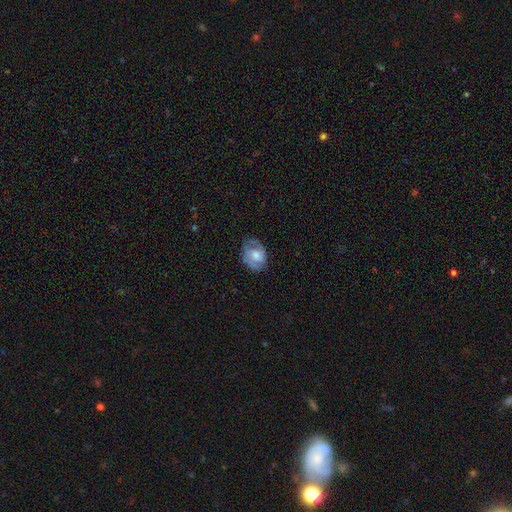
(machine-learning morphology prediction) This appears to be a featured or disk galaxy (51%). Merging: none (67%).